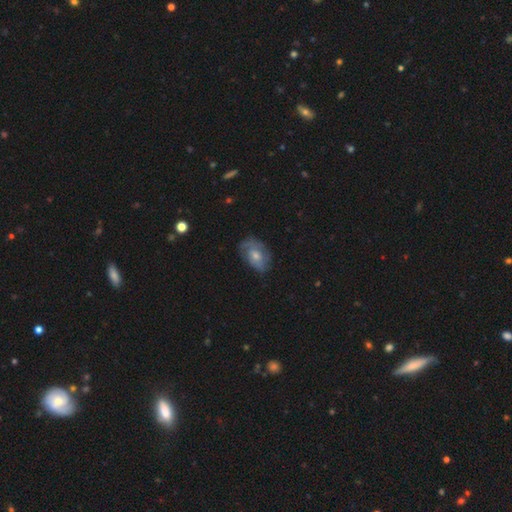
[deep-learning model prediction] This is likely a featured or disk galaxy (61%). It is clearly not viewed edge-on (96%). Bar: likely no (69%). Spiral arm pattern: clearly yes (83%). Central bulge: possibly moderate (52%). Merging: likely none (68%).